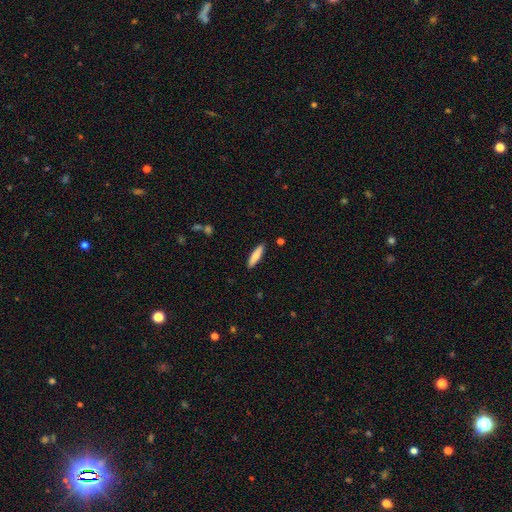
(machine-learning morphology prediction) This appears to be a smooth galaxy with no disk features (77%) that is cigar-shaped (77%). Merging: none (90%).